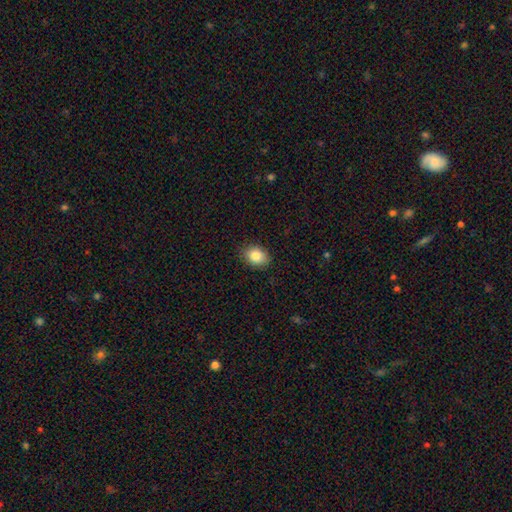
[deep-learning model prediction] A smooth galaxy with no disk features (85%) that is in between round and cigar-shaped (64%).

Vote fractions:
- Smooth or featured? smooth: 85% / star or artifact: 9% / featured or disk: 6%
- How rounded? in between: 64% / round: 35% / cigar-shaped: 1%
- Merging? none: 86% / minor disturbance: 10% / major disturbance: 2% / merger: 1%